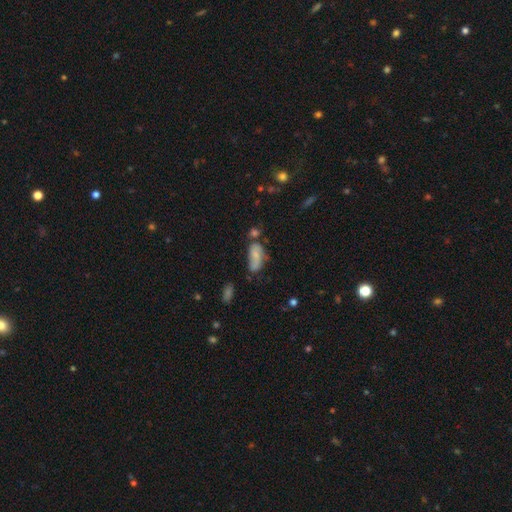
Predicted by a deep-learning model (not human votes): The model was most divided on "merging": none: 38%, minor disturbance: 30%, merger: 17%, major disturbance: 15%. More confident: how rounded — in between (85%); smooth or featured — smooth (64%).